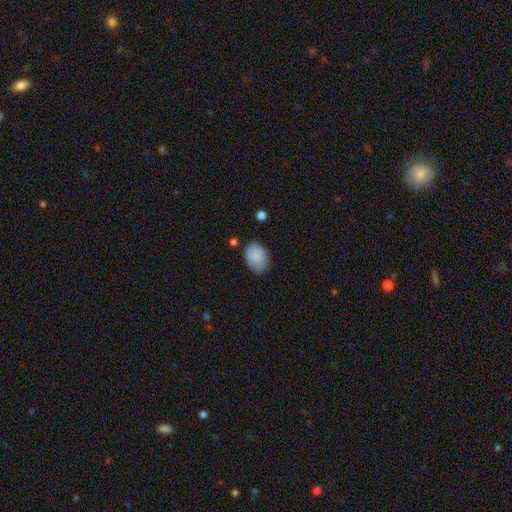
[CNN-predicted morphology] smooth-or-featured: smooth: 86% | featured or disk: 7% | star or artifact: 7%
  how-rounded: in between: 80% | round: 19% | cigar-shaped: 1%
  merging: none: 78% | minor disturbance: 17% | major disturbance: 4% | merger: 2%